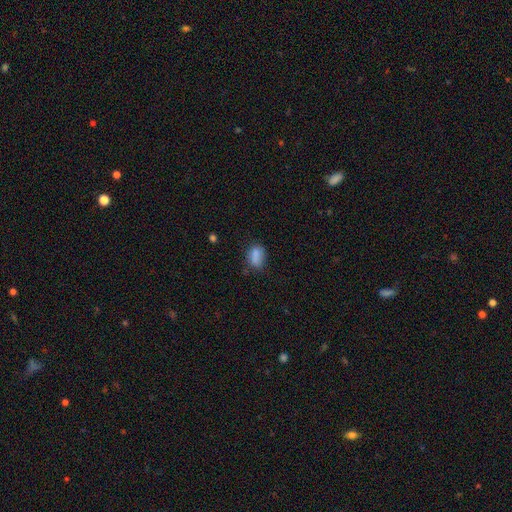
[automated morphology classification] This is clearly a smooth galaxy (82%). How rounded: likely in between (79%). Merging: likely none (64%).